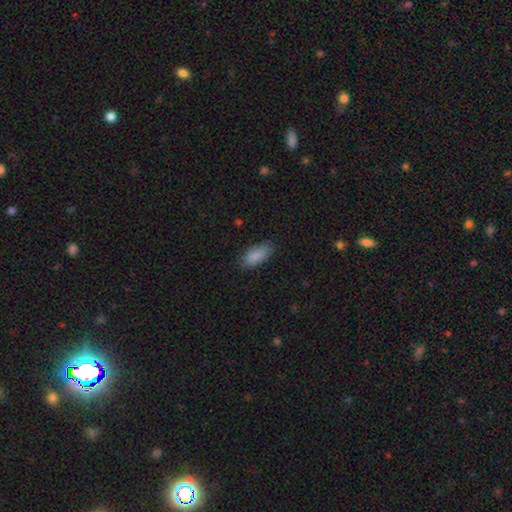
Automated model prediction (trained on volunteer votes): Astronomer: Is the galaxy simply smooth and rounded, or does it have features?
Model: smooth — 88%.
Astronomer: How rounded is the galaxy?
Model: in between — 86%.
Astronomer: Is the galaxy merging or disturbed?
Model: none — 82%.